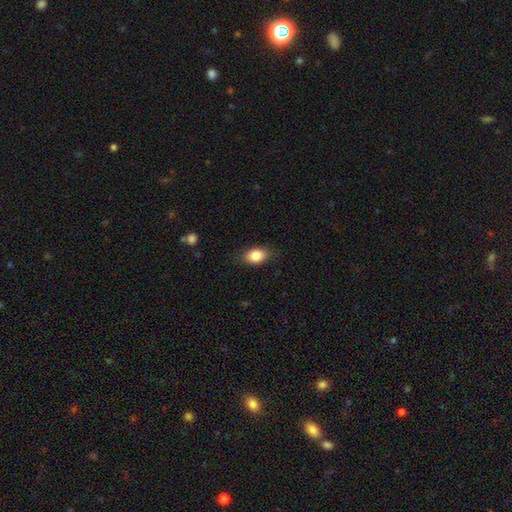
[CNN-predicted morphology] smooth_or_featured: smooth (p=0.85) [alt: star or artifact p=0.08]
how_rounded: in between (p=0.82) [alt: round p=0.16]
merging: none (p=0.81) [alt: minor disturbance p=0.14]